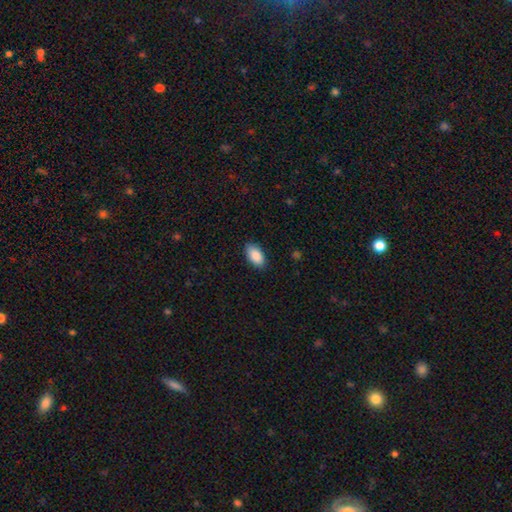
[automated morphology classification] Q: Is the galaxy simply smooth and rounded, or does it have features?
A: smooth — 89%.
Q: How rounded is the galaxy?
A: in between — 94%.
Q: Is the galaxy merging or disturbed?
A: none — 87%.